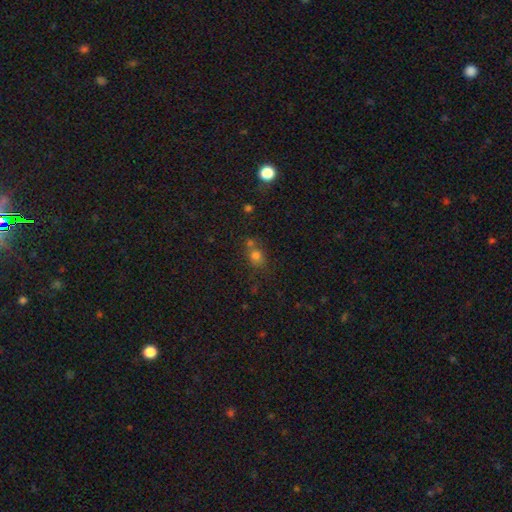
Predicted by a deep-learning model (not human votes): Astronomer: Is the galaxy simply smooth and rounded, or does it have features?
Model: smooth — 72%.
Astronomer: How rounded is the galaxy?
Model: round — 67%.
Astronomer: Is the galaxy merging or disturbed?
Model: none — 50% (runner-up: merger, 31%).